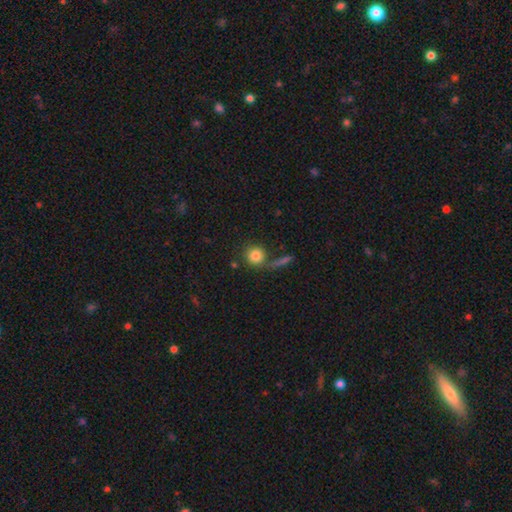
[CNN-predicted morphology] A smooth galaxy with no disk features (82%) that is round (90%). Merging: none (69%).